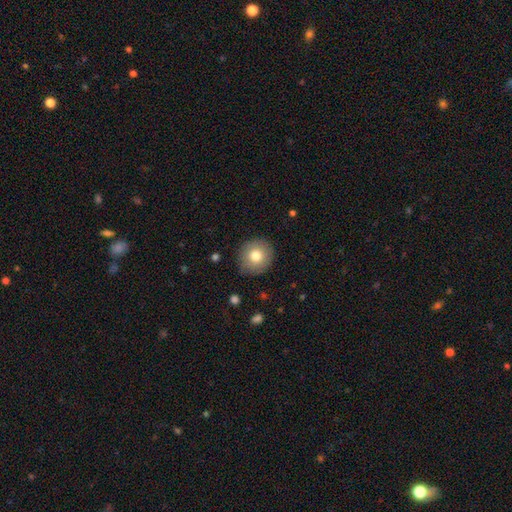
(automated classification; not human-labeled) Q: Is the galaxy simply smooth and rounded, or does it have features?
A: smooth — 77%.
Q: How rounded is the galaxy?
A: round — 89%.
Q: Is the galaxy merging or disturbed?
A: none — 86%.